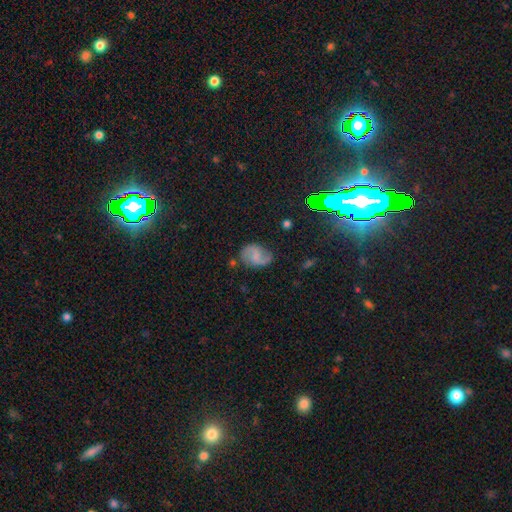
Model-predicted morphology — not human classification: type=featured or disk (59%); edge-on=no (97%); bar=weak (48%); spiral arms=yes (89%); winding=loose (51%); arm count=2 (84%); bulge=none (47%); merging=none (67%).